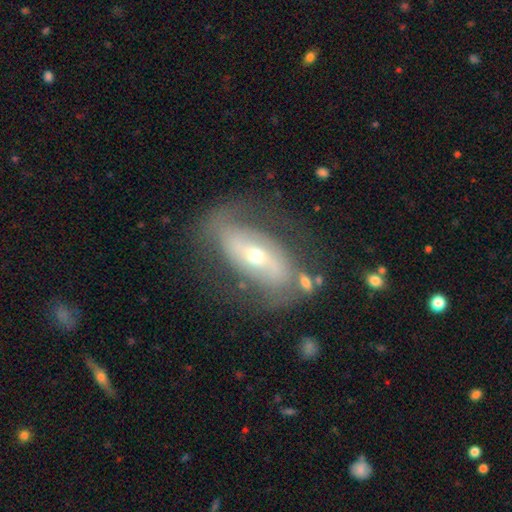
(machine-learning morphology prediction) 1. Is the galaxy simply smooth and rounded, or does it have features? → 76% featured or disk, 17% smooth, 7% star or artifact.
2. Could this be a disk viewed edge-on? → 91% no, 9% yes.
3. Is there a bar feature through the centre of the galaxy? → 39% strong, 32% no, 29% weak.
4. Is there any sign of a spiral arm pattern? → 76% yes, 24% no.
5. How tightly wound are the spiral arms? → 43% loose, 37% medium, 21% tight.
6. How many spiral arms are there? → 81% 2, 11% can't tell, 4% 1, 2% 3, 1% 4, 1% more than 4.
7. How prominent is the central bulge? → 53% small, 42% moderate, 3% large, 1% dominant, 1% none.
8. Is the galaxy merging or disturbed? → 62% none, 19% minor disturbance, 15% major disturbance, 4% merger.